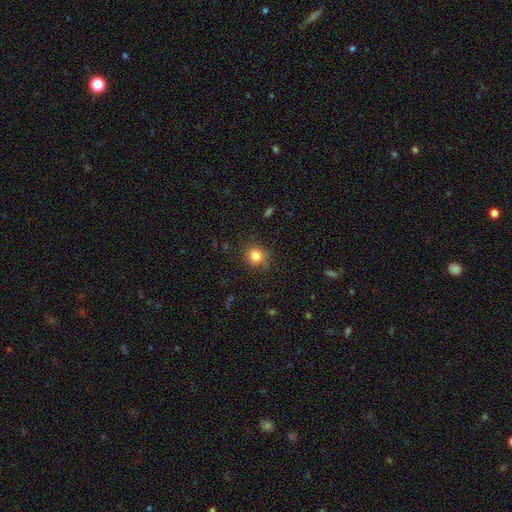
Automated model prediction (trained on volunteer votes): Overall: smooth (83%). How rounded: round (87%). Merging: none (82%).